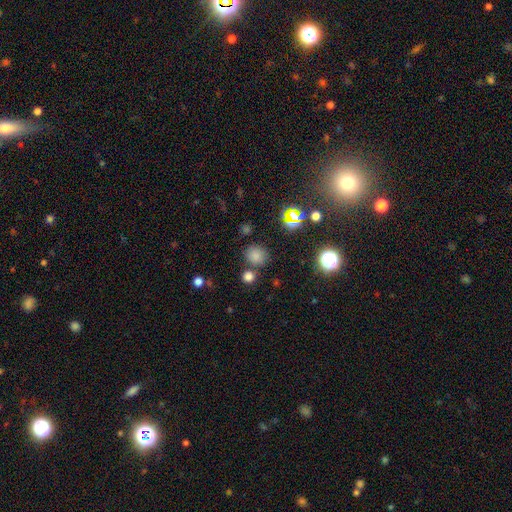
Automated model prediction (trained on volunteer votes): Smooth or featured: smooth — 73% (star or artifact — 21%)
How rounded: round — 85% (in between — 14%)
Merging: none — 76% (merger — 11%)